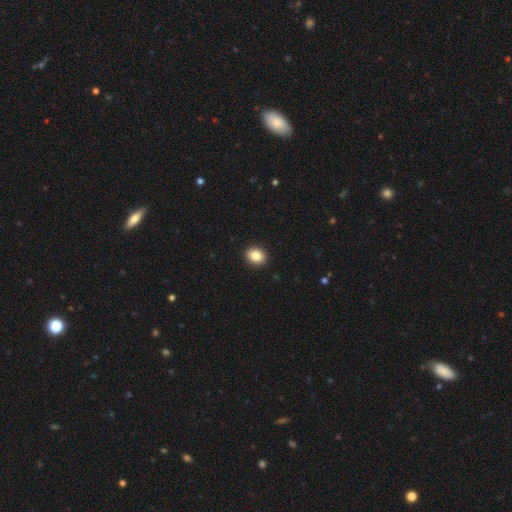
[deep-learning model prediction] smooth_or_featured: smooth (p=0.86) [alt: star or artifact p=0.09]
how_rounded: round (p=0.53) [alt: in between p=0.46]
merging: none (p=0.92) [alt: minor disturbance p=0.05]